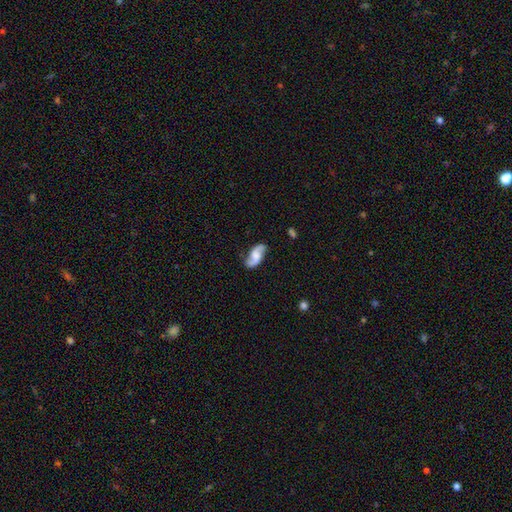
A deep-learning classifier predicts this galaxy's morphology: This appears to be a featured or disk galaxy (73%) with no bar (50%), 2 (92%) loose (58%) spiral arms (95%) and a moderate central bulge (38%). Merging: none (76%).